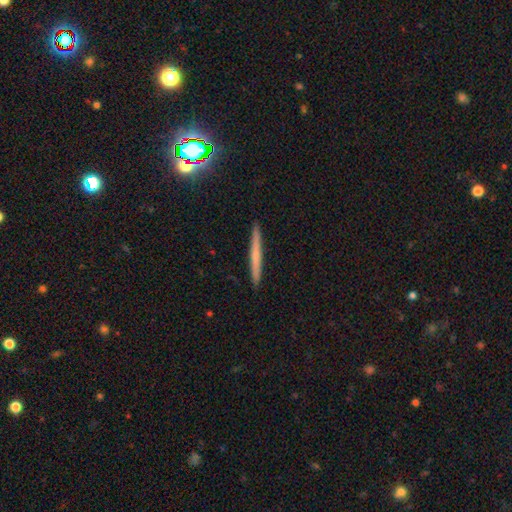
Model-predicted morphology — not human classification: The model was most divided on "smooth or featured": smooth: 52%, featured or disk: 40%, star or artifact: 7%. More confident: how rounded — cigar-shaped (97%); merging — none (93%).